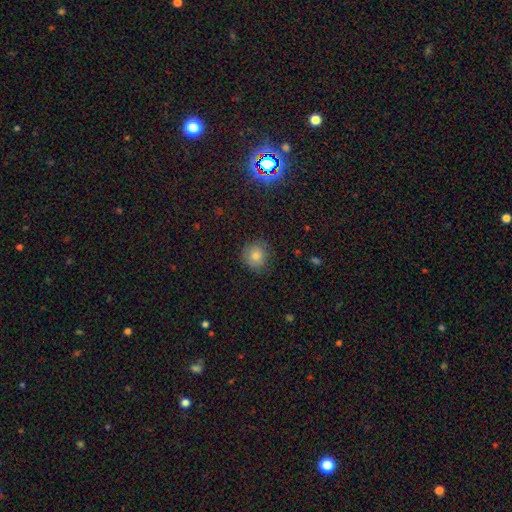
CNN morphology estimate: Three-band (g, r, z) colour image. It shows a smooth galaxy with no disk features (72%) that is round (89%). Merging: none (83%).